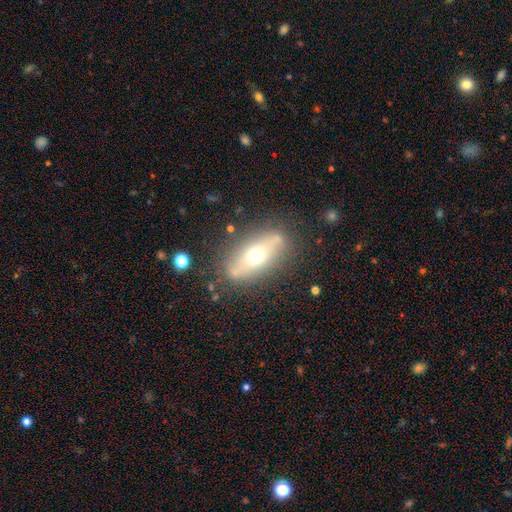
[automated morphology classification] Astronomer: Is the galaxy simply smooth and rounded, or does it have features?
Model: featured or disk — 49% (runner-up: smooth, 42%).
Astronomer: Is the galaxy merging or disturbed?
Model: none — 79%.